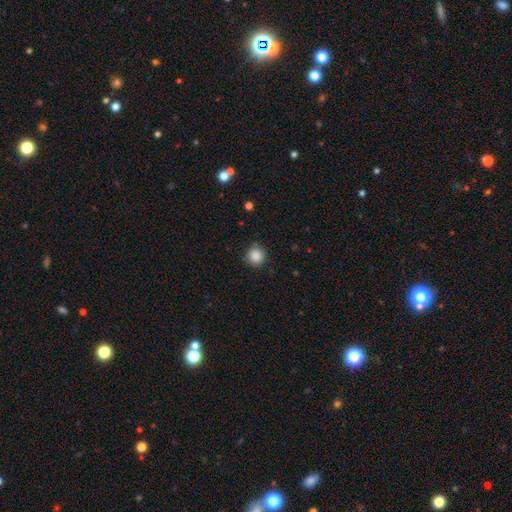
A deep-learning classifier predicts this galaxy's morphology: type=smooth (86%); roundness=round (93%); merging=none (85%).